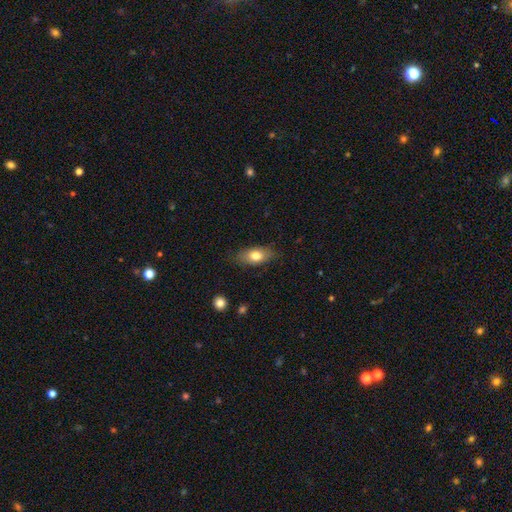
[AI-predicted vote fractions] smooth 76%, featured or disk 17%, star or artifact 7%. Down the decision tree: how rounded — in between (86%); merging — none (79%).